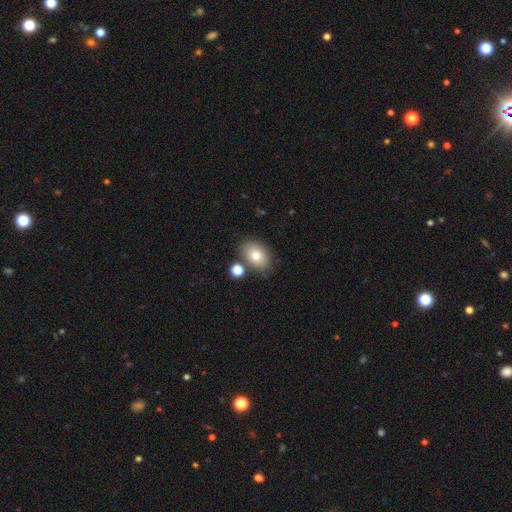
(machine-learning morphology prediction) A smooth galaxy with no disk features (78%) that is in between round and cigar-shaped (83%).

Vote fractions:
- Smooth or featured? smooth: 78% / featured or disk: 13% / star or artifact: 9%
- How rounded? in between: 83% / round: 16% / cigar-shaped: 1%
- Merging? none: 77% / minor disturbance: 12% / merger: 8% / major disturbance: 3%